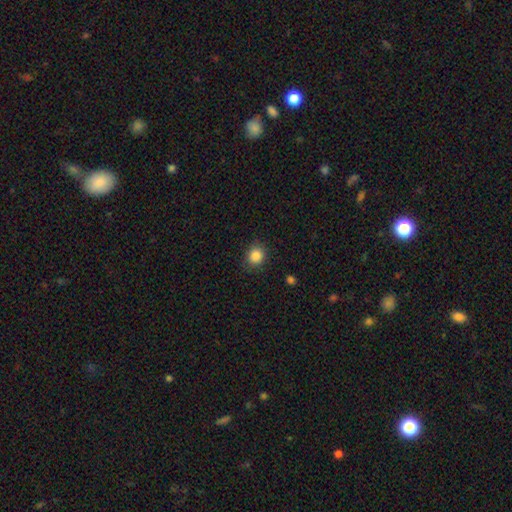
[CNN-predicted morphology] Smooth or featured? Predicted: smooth (p=0.86). How rounded? Predicted: round (p=0.80). Merging? Predicted: none (p=0.85).